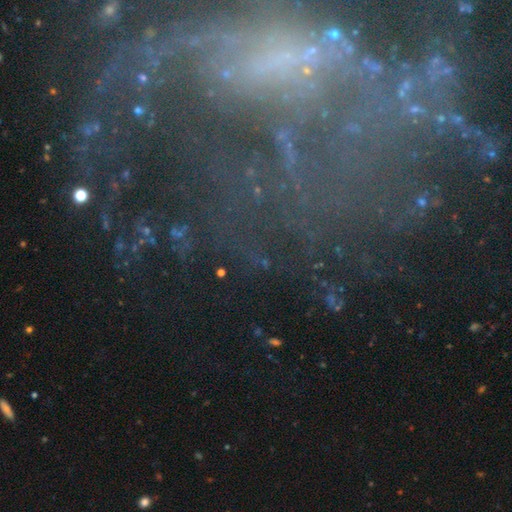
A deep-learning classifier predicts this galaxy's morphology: This is possibly a featured or disk galaxy (54%). It is clearly not viewed edge-on (89%). Merging: likely none (64%).